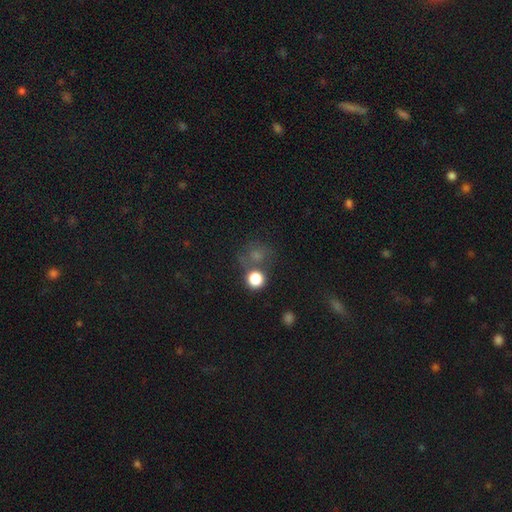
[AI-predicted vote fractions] Overall: smooth (56%; star or artifact 31%). How rounded: round (80%). Merging: none (59%).